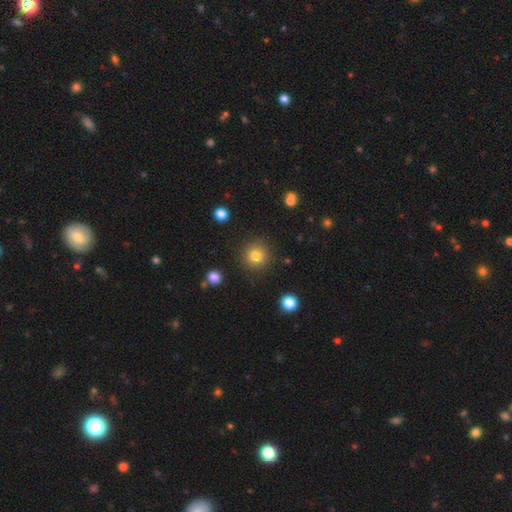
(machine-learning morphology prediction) Q: Smooth or featured?
A: smooth (82%); runner-up: star or artifact (12%)
Q: How rounded?
A: round (94%); runner-up: in between (5%)
Q: Merging?
A: none (89%); runner-up: minor disturbance (6%)